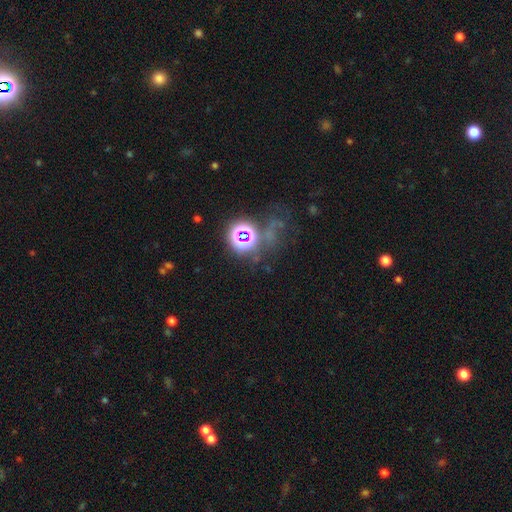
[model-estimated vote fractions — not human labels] Smooth or featured? Predicted: star or artifact (p=0.77).